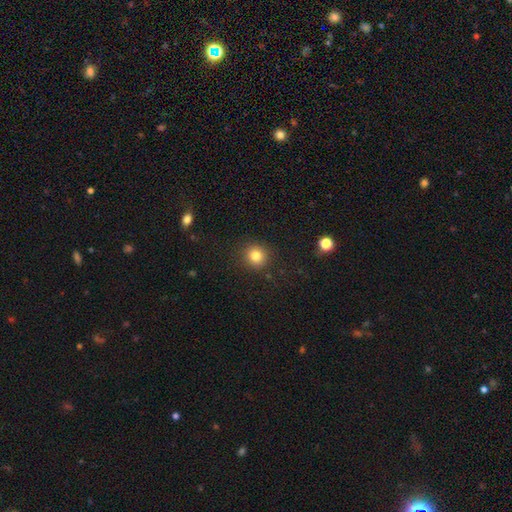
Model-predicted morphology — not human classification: type=smooth (82%); roundness=round (92%); merging=none (90%).